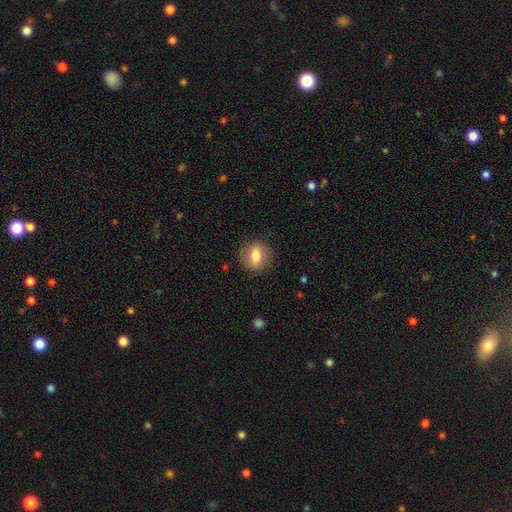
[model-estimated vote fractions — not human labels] smooth-or-featured: smooth: 72% | featured or disk: 20% | star or artifact: 8%
  how-rounded: round: 57% | in between: 41% | cigar-shaped: 2%
  merging: none: 84% | minor disturbance: 11% | major disturbance: 4% | merger: 1%